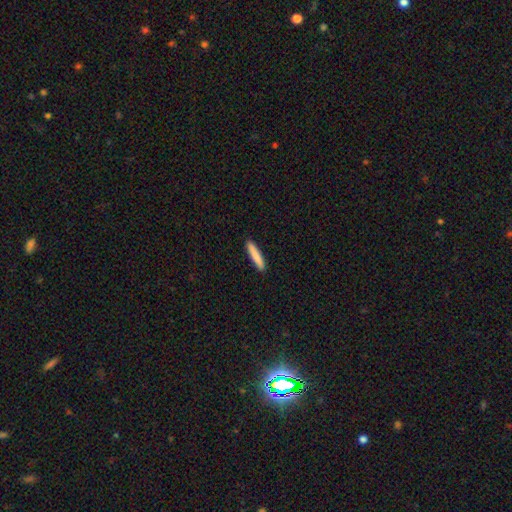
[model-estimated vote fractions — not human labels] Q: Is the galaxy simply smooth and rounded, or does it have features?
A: smooth — 85%.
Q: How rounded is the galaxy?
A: cigar-shaped — 91%.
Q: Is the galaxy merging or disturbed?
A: none — 91%.